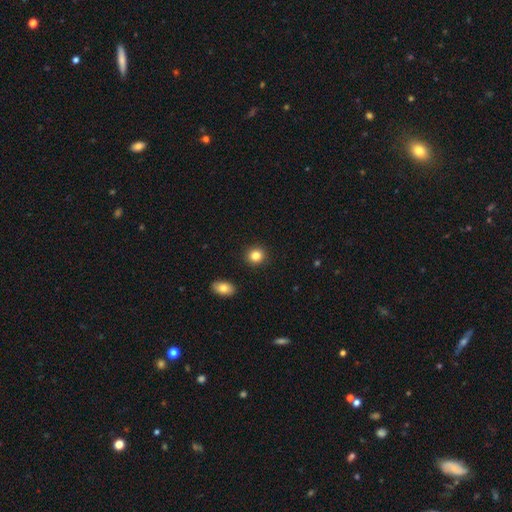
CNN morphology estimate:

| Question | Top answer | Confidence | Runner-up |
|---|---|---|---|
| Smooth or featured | smooth | 85% | star or artifact (10%) |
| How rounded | round | 85% | in between (14%) |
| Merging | none | 91% | minor disturbance (5%) |